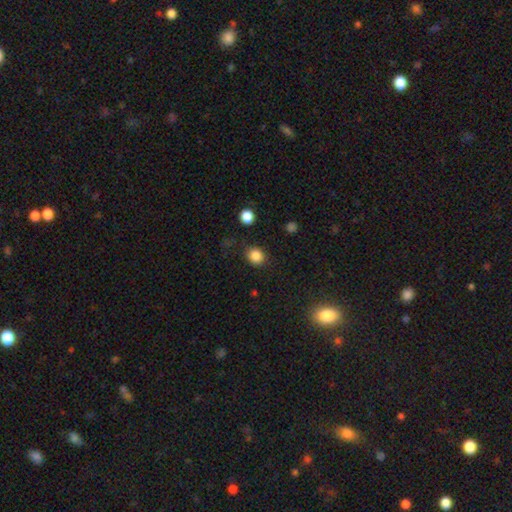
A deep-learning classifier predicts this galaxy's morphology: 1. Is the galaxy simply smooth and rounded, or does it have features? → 85% smooth, 11% star or artifact, 4% featured or disk.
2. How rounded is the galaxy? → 73% round, 26% in between, 1% cigar-shaped.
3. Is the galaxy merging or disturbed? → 83% none, 11% minor disturbance, 4% major disturbance, 2% merger.